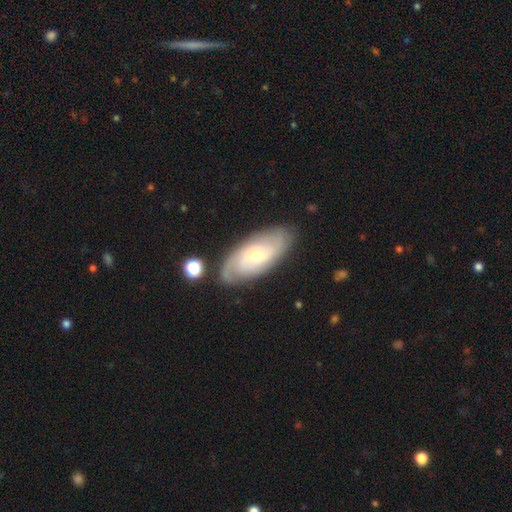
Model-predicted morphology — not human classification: Smooth or featured? featured or disk (69%)
Edge-on disk? no (92%)
Bar? no (63%)
Spiral arms? yes (92%)
Spiral winding? tight (54%)
Spiral arm count? 2 (38%)
Bulge size? small (59%)
Merging? none (80%)